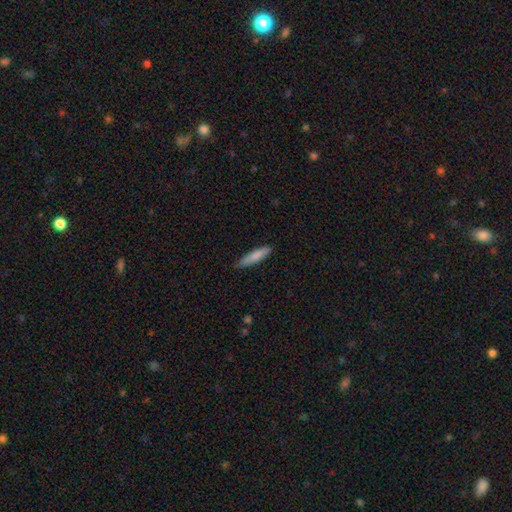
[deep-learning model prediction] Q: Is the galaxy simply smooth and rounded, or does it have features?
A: smooth — 83%.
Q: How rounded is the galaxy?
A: cigar-shaped — 83%.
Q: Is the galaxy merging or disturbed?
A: none — 84%.